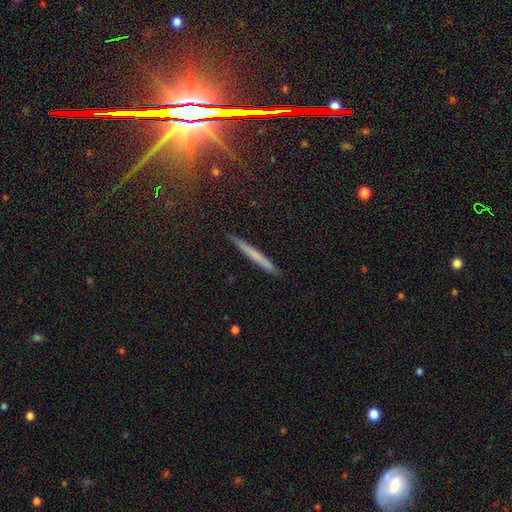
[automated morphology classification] The model was most divided on "smooth or featured": smooth: 59%, featured or disk: 33%, star or artifact: 9%. More confident: how rounded — cigar-shaped (97%); merging — none (90%).